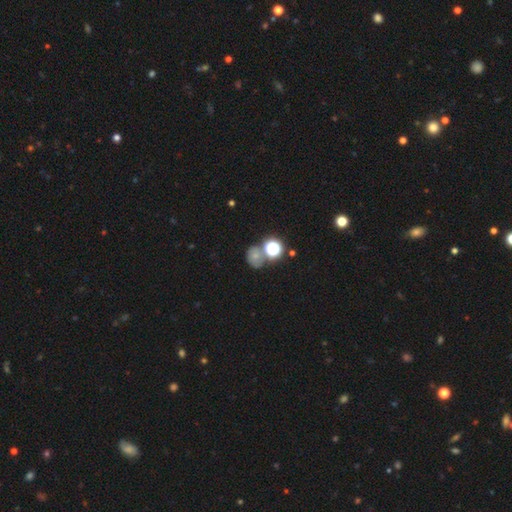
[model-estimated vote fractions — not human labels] Smooth or featured?
  - smooth: 57% *
  - star or artifact: 28%
  - featured or disk: 14%
How rounded?
  - round: 68% *
  - in between: 31%
  - cigar-shaped: 1%
Merging?
  - none: 53% *
  - merger: 26%
  - minor disturbance: 14%
  - major disturbance: 7%